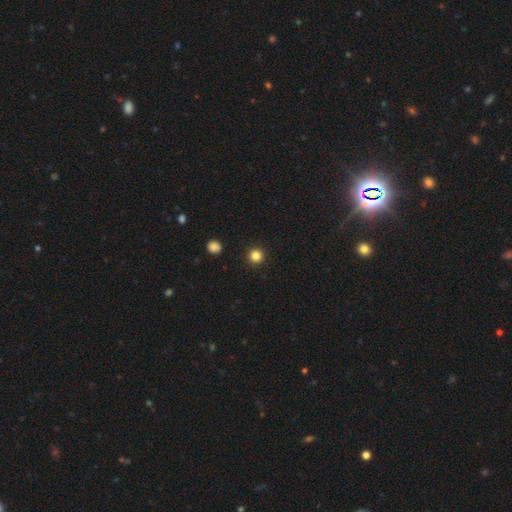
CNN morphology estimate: This appears to be a smooth galaxy with no disk features (84%) that is round (96%). Merging: none (93%).